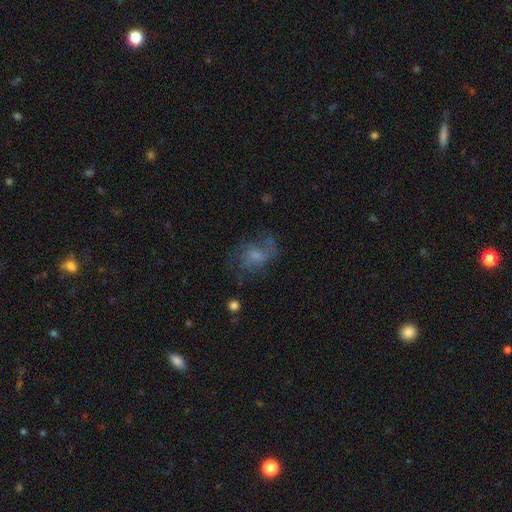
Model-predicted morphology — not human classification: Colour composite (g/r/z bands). It shows a featured or disk galaxy (52%) with no bar (66%), spiral arms (67%) and a small central bulge (38%). Merging: none (49%).